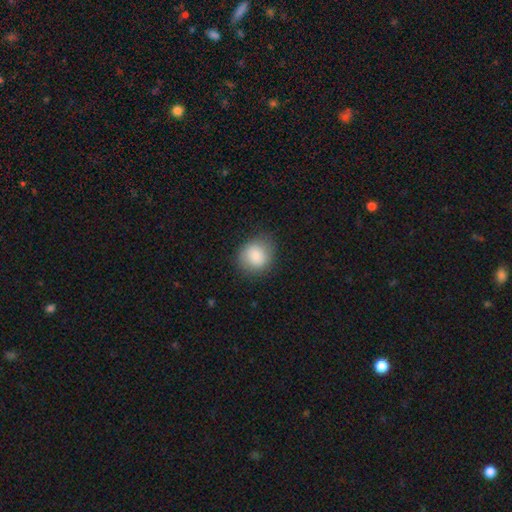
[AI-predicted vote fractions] This appears to be a smooth galaxy with no disk features (84%) that is round (79%). Merging: none (81%).